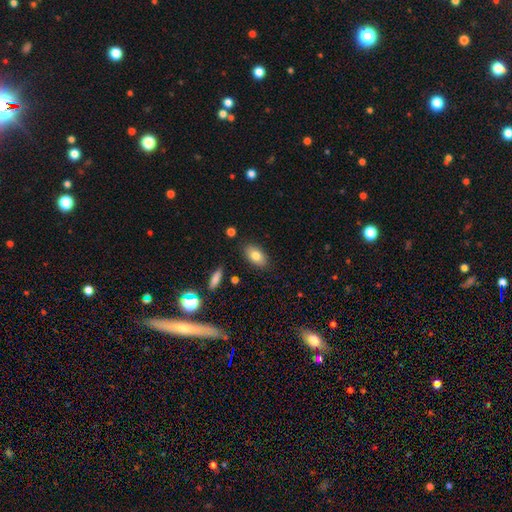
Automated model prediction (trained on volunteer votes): Overall: smooth (80%). How rounded: in between (91%). Merging: none (85%).